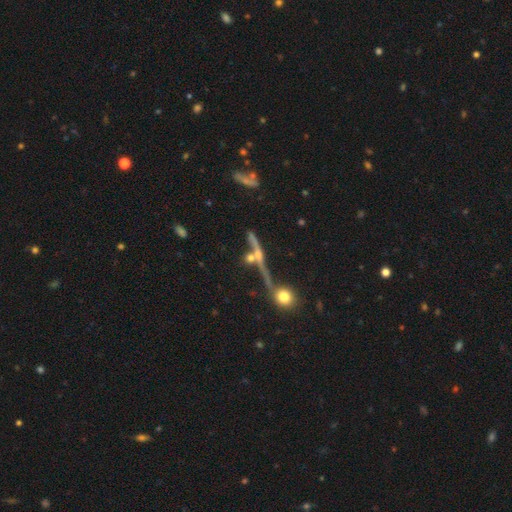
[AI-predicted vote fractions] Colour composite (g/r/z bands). It shows a featured or disk galaxy (61%) viewed edge-on (81%). Merging: none (56%).